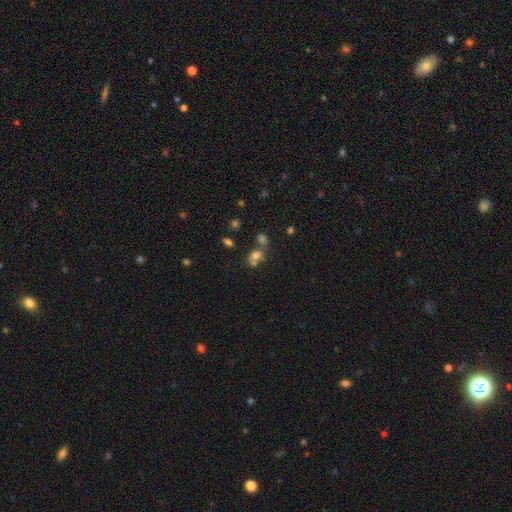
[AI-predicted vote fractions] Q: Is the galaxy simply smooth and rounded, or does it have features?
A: smooth — 66%.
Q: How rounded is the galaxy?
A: round — 50%.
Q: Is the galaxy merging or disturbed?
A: merger — 46%.